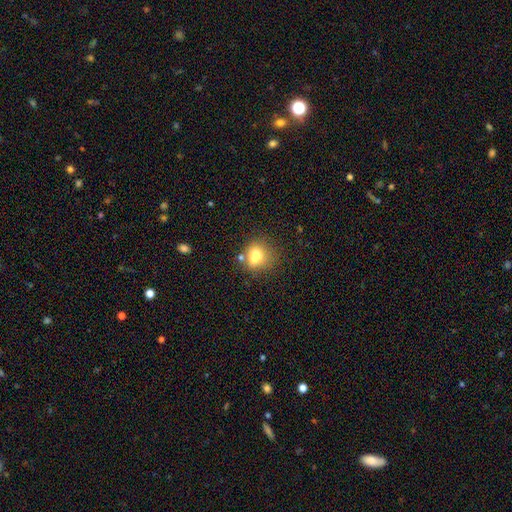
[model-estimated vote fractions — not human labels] smooth_or_featured: smooth (p=0.69) [alt: featured or disk p=0.19]
how_rounded: round (p=0.70) [alt: in between p=0.29]
merging: none (p=0.46) [alt: merger p=0.34]